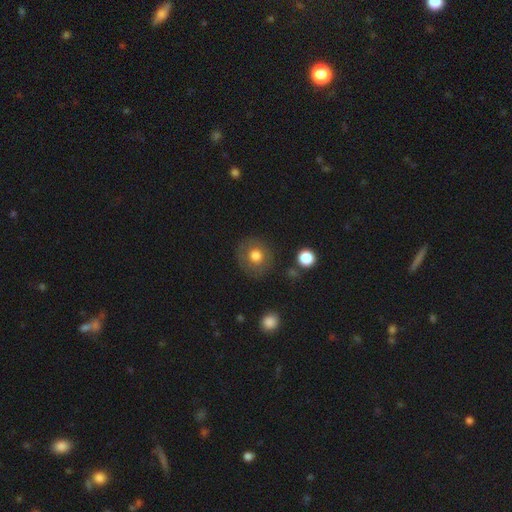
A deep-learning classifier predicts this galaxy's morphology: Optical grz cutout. It shows a smooth galaxy with no disk features (73%) that is round (87%). Merging: none (82%).